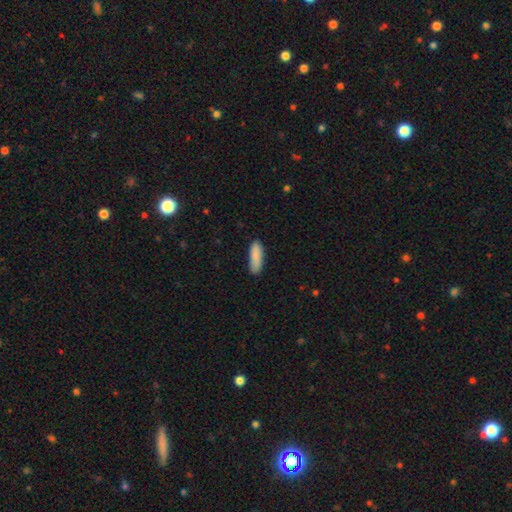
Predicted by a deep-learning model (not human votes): smooth-or-featured: smooth: 88% | featured or disk: 6% | star or artifact: 6%
  how-rounded: in between: 51% | cigar-shaped: 47% | round: 2%
  merging: none: 84% | minor disturbance: 13% | major disturbance: 2% | merger: 1%